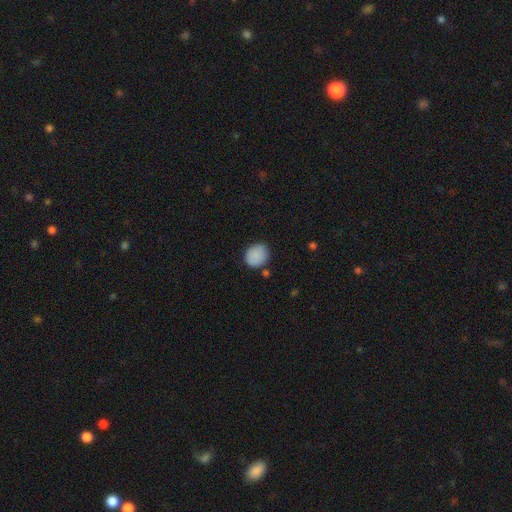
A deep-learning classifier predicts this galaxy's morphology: Q: Smooth or featured?
A: smooth (88%); runner-up: star or artifact (8%)
Q: How rounded?
A: round (75%); runner-up: in between (24%)
Q: Merging?
A: none (78%); runner-up: minor disturbance (14%)